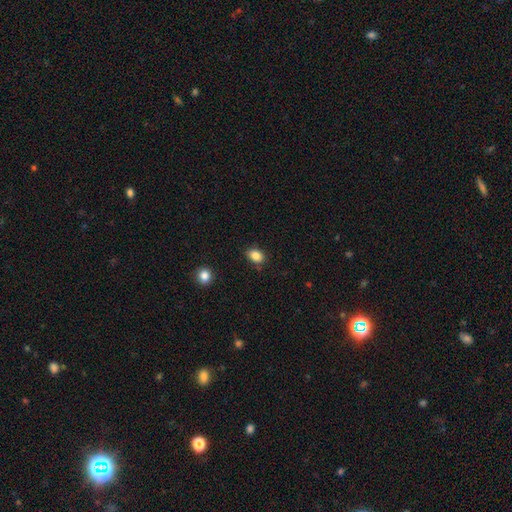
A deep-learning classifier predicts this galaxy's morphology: Smooth or featured? smooth (85%)
How rounded? in between (74%)
Merging? none (83%)